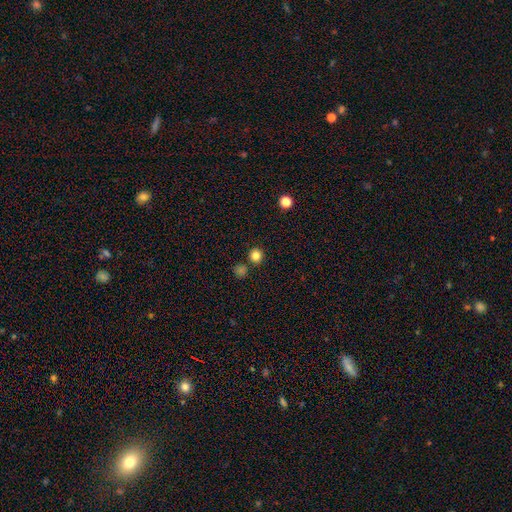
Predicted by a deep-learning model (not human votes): smooth-or-featured: smooth: 82% | star or artifact: 14% | featured or disk: 5%
  how-rounded: round: 93% | in between: 6% | cigar-shaped: 1%
  merging: none: 82% | merger: 8% | minor disturbance: 7% | major disturbance: 3%